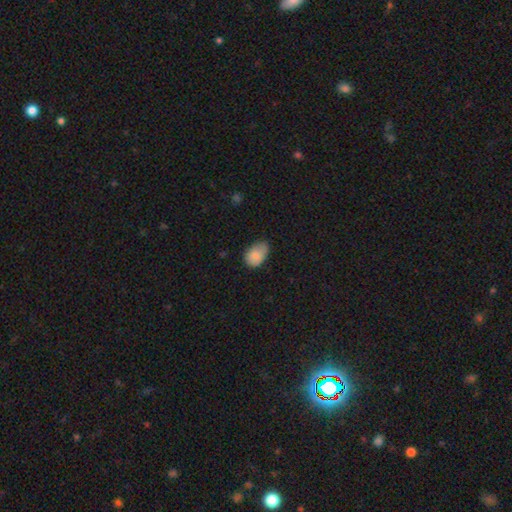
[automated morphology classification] This is clearly a smooth galaxy (84%). How rounded: clearly in between (84%). Merging: possibly none (46%).